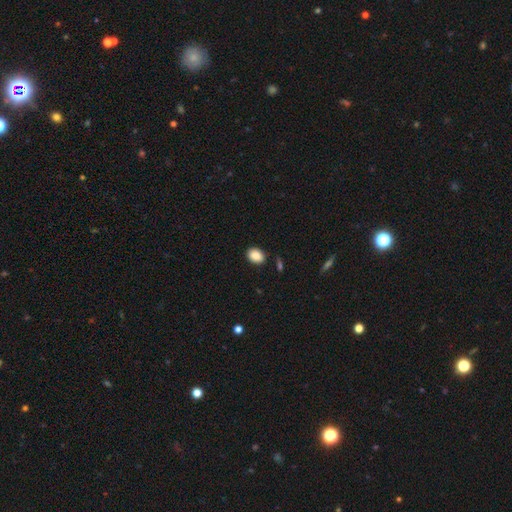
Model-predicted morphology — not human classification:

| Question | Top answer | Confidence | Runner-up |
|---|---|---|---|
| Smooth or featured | smooth | 87% | star or artifact (8%) |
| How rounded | in between | 76% | round (23%) |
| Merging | none | 85% | minor disturbance (11%) |